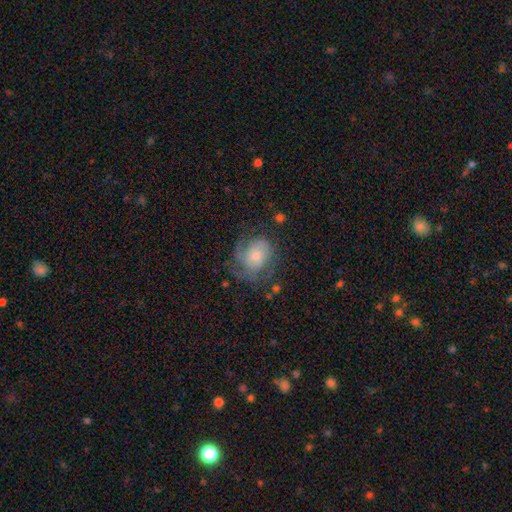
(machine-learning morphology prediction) The model was most divided on "bulge size": small: 47%, moderate: 42%, large: 6%, none: 3%, dominant: 2%. More confident: edge-on disk — no (97%); spiral arms — yes (83%); bar — no (79%); merging — none (59%); smooth or featured — featured or disk (59%).